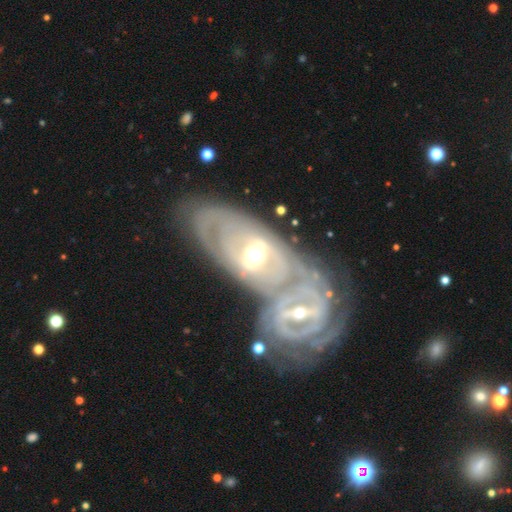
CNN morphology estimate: Overall: featured or disk (87%). Edge-on disk: no (92%). Bar: no (40%; weak 39%). Spiral arms: yes (93%). Spiral arm count: can't tell (42%; 2 26%). Spiral winding: tight (78%). Bulge size: moderate (58%; small 37%). Merging: merger (59%; none 27%).